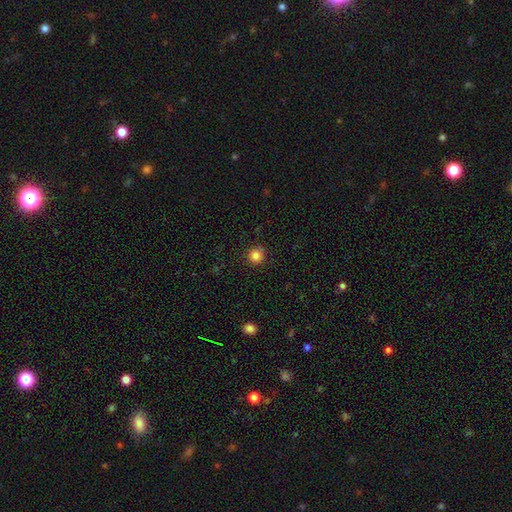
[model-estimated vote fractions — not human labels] This appears to be a smooth galaxy with no disk features (84%) that is round (93%). Merging: none (87%).